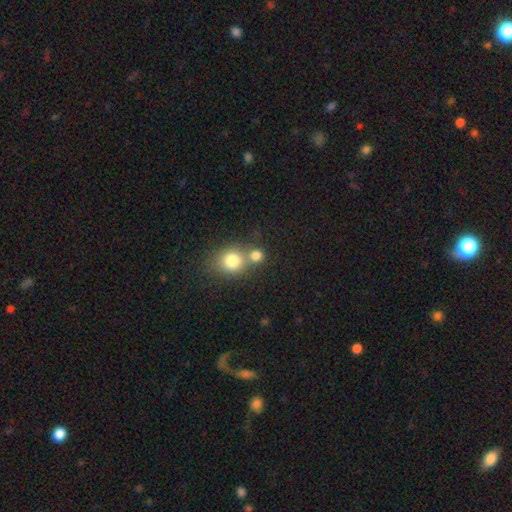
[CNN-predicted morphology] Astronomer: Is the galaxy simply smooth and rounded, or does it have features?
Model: smooth — 79%.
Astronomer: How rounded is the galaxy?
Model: round — 81%.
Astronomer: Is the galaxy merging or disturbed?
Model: none — 46% (runner-up: merger, 44%).